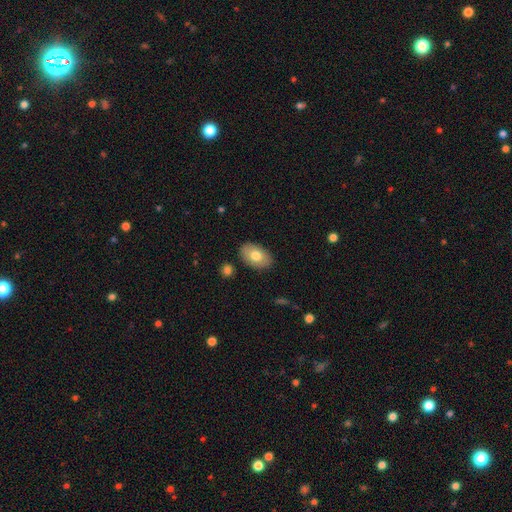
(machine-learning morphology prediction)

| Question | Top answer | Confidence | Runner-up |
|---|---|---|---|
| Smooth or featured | smooth | 75% | featured or disk (18%) |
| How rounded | in between | 91% | round (8%) |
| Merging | none | 86% | minor disturbance (10%) |